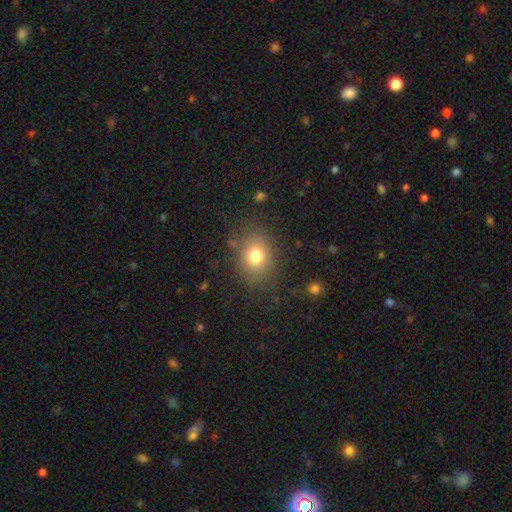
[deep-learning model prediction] smooth_or_featured: smooth (p=0.77) [alt: star or artifact p=0.13]
how_rounded: round (p=0.59) [alt: in between p=0.40]
merging: none (p=0.82) [alt: minor disturbance p=0.11]